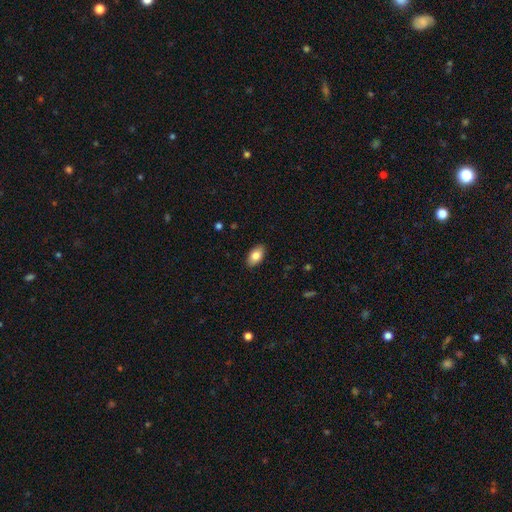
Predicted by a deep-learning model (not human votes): Q: Smooth or featured?
A: smooth (83%); runner-up: featured or disk (10%)
Q: How rounded?
A: in between (93%); runner-up: round (5%)
Q: Merging?
A: none (89%); runner-up: minor disturbance (8%)